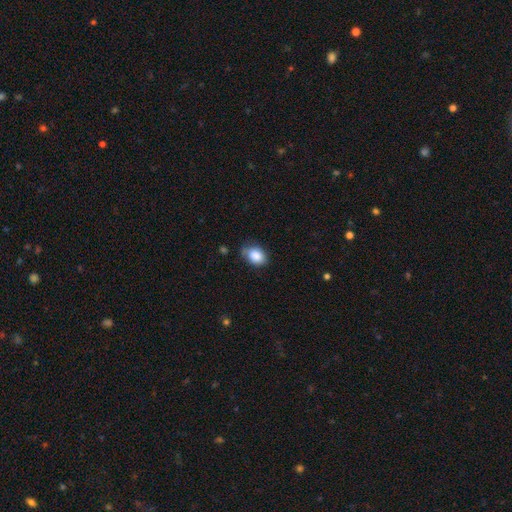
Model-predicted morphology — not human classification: smooth-or-featured: smooth: 86% | star or artifact: 8% | featured or disk: 6%
  how-rounded: in between: 77% | round: 22% | cigar-shaped: 1%
  merging: none: 60% | minor disturbance: 31% | major disturbance: 6% | merger: 2%